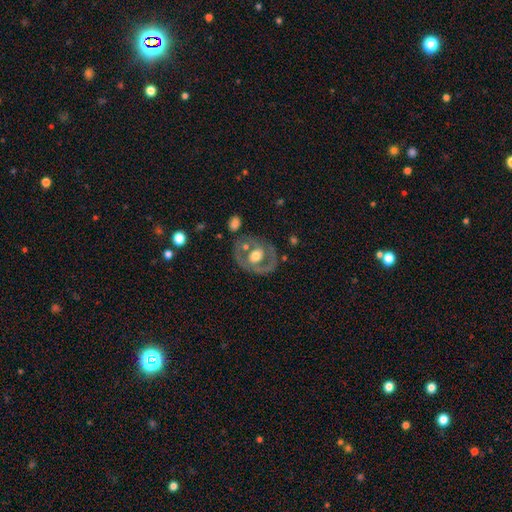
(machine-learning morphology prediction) This is likely a featured or disk galaxy (64%). It is clearly not viewed edge-on (95%). Bar: likely no (68%). Spiral arm pattern: likely no (66%). Central bulge: likely moderate (62%). Merging: likely none (64%).